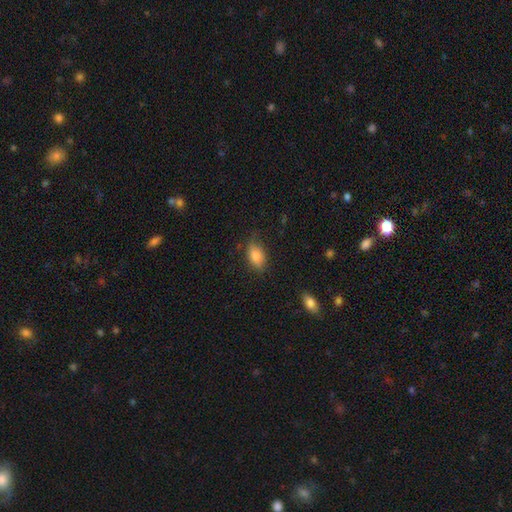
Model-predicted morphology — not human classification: Smooth or featured?
  - smooth: 83% *
  - featured or disk: 9%
  - star or artifact: 8%
How rounded?
  - in between: 88% *
  - round: 7%
  - cigar-shaped: 5%
Merging?
  - none: 72% *
  - minor disturbance: 21%
  - major disturbance: 5%
  - merger: 1%